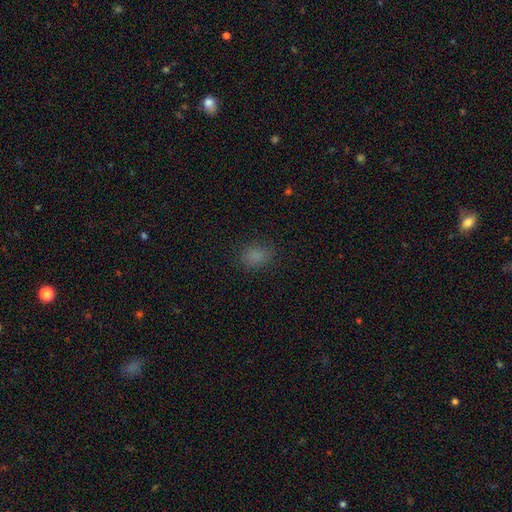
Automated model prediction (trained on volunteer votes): A smooth galaxy with no disk features (81%) that is in between round and cigar-shaped (56%). Merging: none (82%).